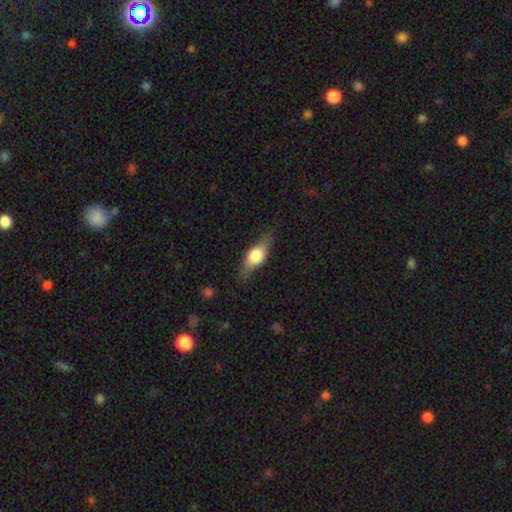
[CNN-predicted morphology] A smooth galaxy with no disk features (52%) that is in between round and cigar-shaped (69%). Merging: none (73%).